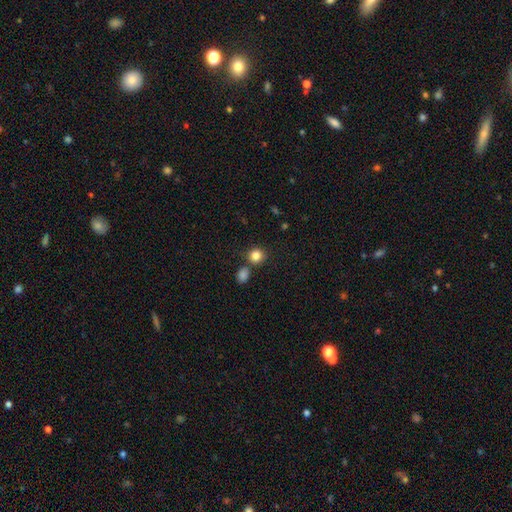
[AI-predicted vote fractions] Morphology: type=smooth (84%); roundness=round (86%); merging=none (70%).